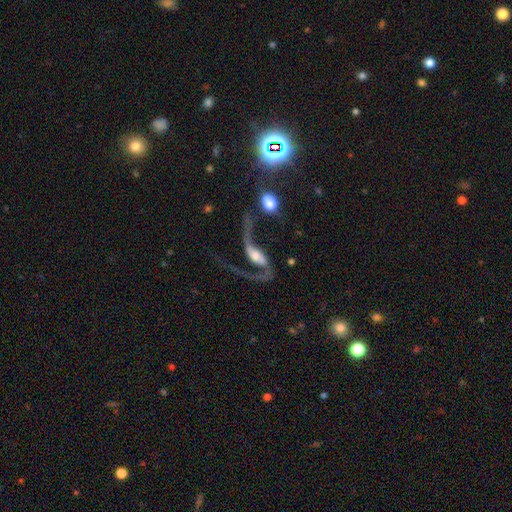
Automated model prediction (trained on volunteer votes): Smooth or featured?
  - featured or disk: 84% *
  - smooth: 10%
  - star or artifact: 6%
Edge-on disk?
  - no: 93% *
  - yes: 7%
Bar?
  - no: 34% * (tied)
  - weak: 34% * (tied)
  - strong: 33%
Spiral arms?
  - yes: 93% *
  - no: 7%
Spiral winding?
  - loose: 86% *
  - medium: 11%
  - tight: 3%
Spiral arm count?
  - 2: 84% *
  - 1: 11%
  - can't tell: 2%
  - 3: 1%
  - 4: 1%
  - more than 4: 1%
Bulge size?
  - moderate: 39% *
  - large: 26%
  - small: 21%
  - none: 9%
  - dominant: 5%
Merging?
  - major disturbance: 36% *
  - none: 30%
  - merger: 23%
  - minor disturbance: 12%